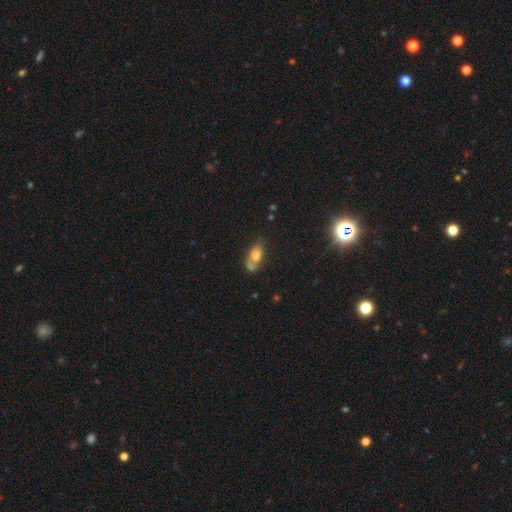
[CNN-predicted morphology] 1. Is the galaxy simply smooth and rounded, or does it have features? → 66% smooth, 21% featured or disk, 13% star or artifact.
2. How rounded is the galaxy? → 82% in between, 9% round, 9% cigar-shaped.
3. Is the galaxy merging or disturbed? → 43% none, 30% merger, 19% minor disturbance, 8% major disturbance.